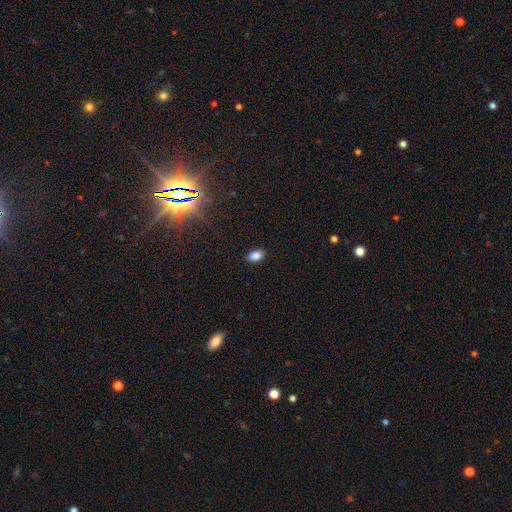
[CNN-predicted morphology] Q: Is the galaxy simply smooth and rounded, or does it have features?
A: smooth — 85%.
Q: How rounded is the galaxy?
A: in between — 85%.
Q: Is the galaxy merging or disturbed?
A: none — 89%.